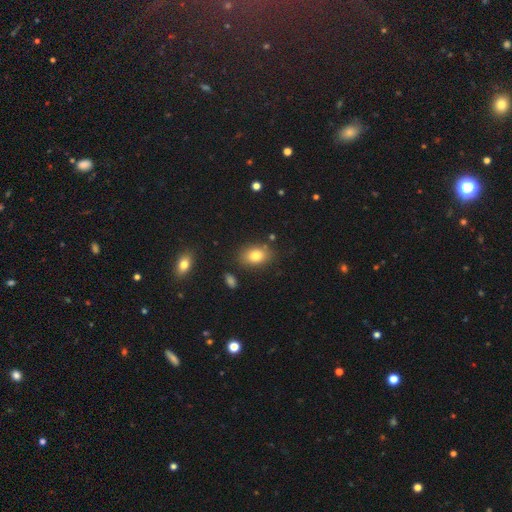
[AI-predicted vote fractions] smooth-or-featured: smooth: 80% | featured or disk: 10% | star or artifact: 10%
  how-rounded: in between: 79% | round: 20% | cigar-shaped: 1%
  merging: none: 82% | minor disturbance: 12% | merger: 4% | major disturbance: 3%